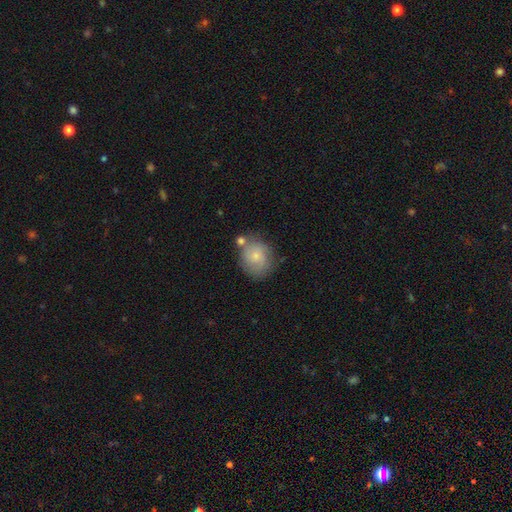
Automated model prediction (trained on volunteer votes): This appears to be a smooth galaxy with no disk features (65%) that is round (73%). Merging: none (59%).